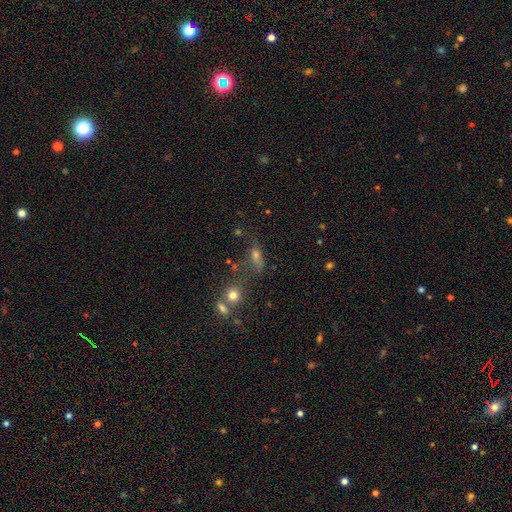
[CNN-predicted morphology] Smooth or featured: smooth — 48% (star or artifact — 30%)
Merging: none — 51% (minor disturbance — 19%)